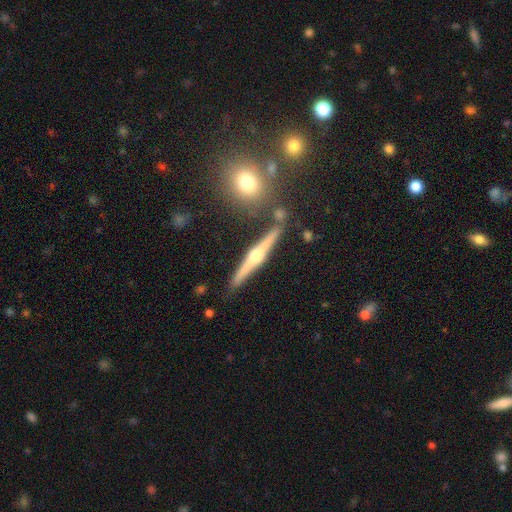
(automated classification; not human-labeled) Q: Smooth or featured?
A: featured or disk (81%); runner-up: smooth (13%)
Q: Edge-on disk?
A: yes (98%); runner-up: no (2%)
Q: Edge-on bulge?
A: rounded (93%); runner-up: boxy (4%)
Q: Merging?
A: none (86%); runner-up: minor disturbance (8%)